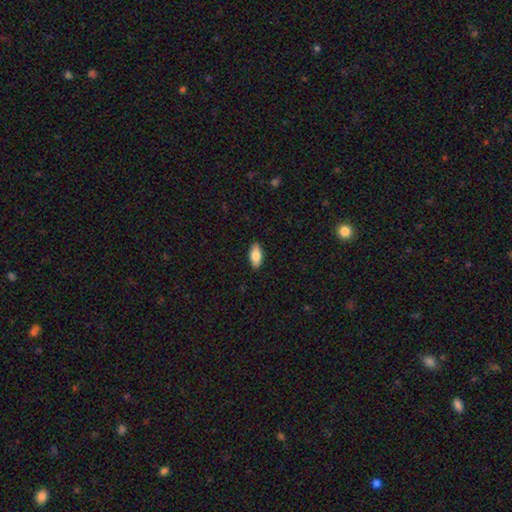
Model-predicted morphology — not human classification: Smooth or featured: smooth — 80% (featured or disk — 14%)
How rounded: in between — 89% (cigar-shaped — 9%)
Merging: none — 89% (minor disturbance — 8%)